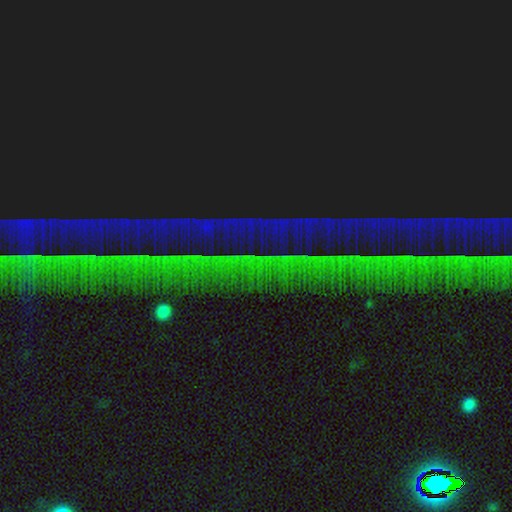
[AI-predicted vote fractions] star or artifact 87%, featured or disk 8%, smooth 6%.